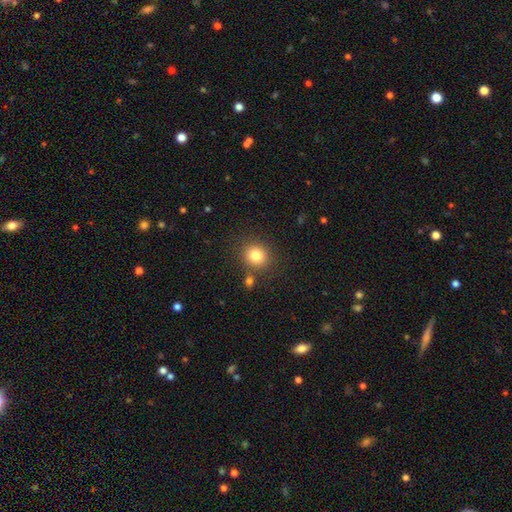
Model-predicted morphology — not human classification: A smooth galaxy with no disk features (81%) that is round (86%).

Vote fractions:
- Smooth or featured? smooth: 81% / star or artifact: 12% / featured or disk: 7%
- How rounded? round: 86% / in between: 13% / cigar-shaped: 1%
- Merging? none: 81% / minor disturbance: 8% / merger: 8% / major disturbance: 3%